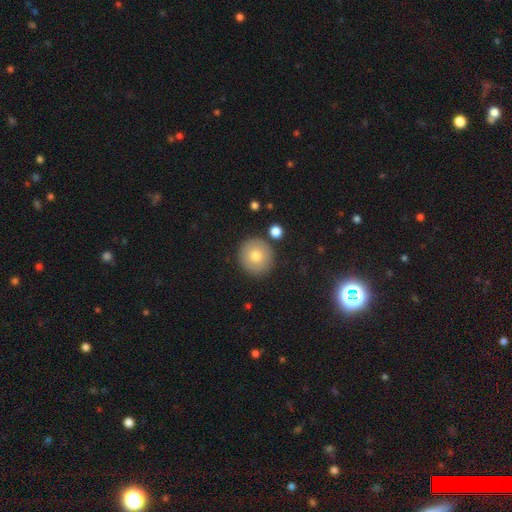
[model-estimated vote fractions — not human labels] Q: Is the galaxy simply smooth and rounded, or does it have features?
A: smooth — 73%.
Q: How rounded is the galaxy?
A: round — 93%.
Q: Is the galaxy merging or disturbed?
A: none — 87%.